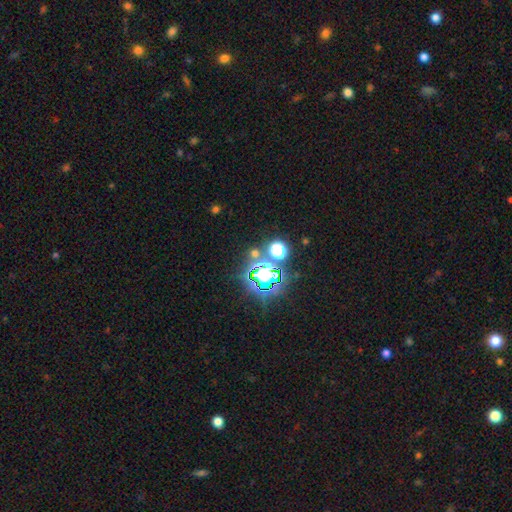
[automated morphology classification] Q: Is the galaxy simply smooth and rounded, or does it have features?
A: star or artifact — 70%.